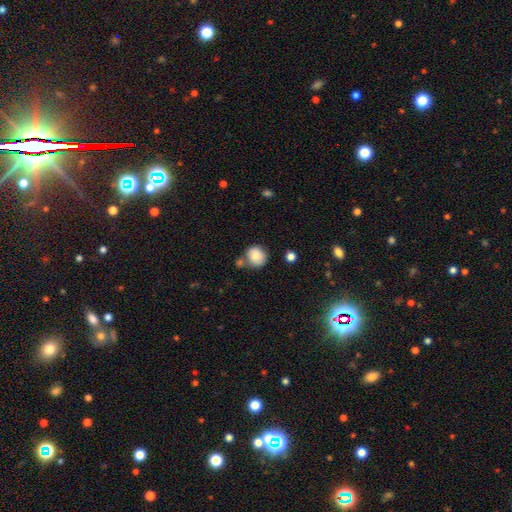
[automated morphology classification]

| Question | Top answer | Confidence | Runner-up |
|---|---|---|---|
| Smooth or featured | smooth | 84% | star or artifact (8%) |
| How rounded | round | 86% | in between (13%) |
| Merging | none | 62% | merger (18%) |